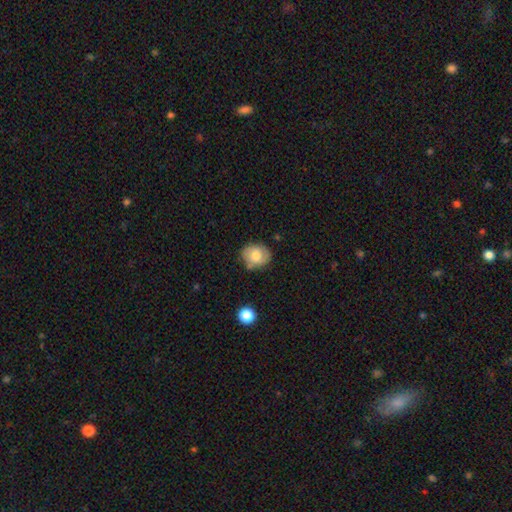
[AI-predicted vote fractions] Smooth or featured? smooth (68%)
How rounded? round (62%)
Merging? none (72%)